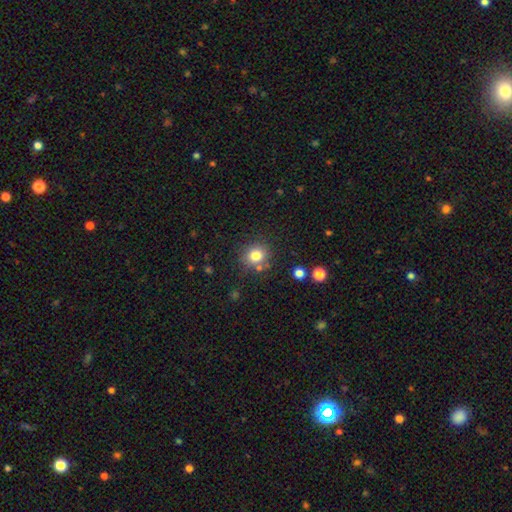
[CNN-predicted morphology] Q: Smooth or featured?
A: smooth (80%); runner-up: star or artifact (13%)
Q: How rounded?
A: round (81%); runner-up: in between (18%)
Q: Merging?
A: none (79%); runner-up: minor disturbance (11%)